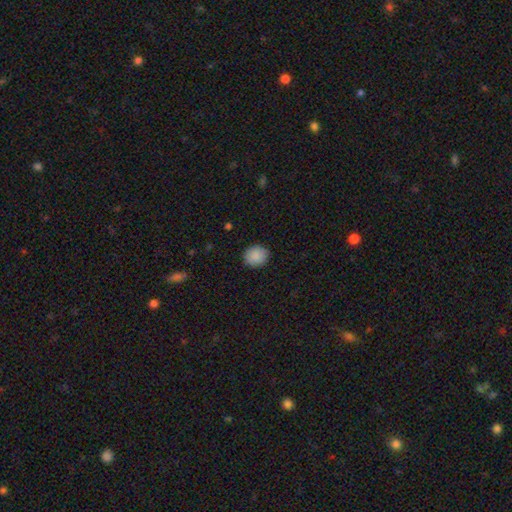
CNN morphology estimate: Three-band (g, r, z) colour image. It shows a smooth galaxy with no disk features (89%) that is round (82%). Merging: none (90%).